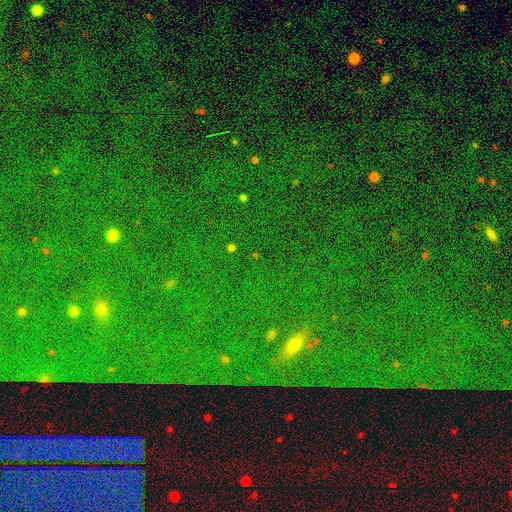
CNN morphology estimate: The model was most divided on "smooth or featured": star or artifact: 79%, smooth: 12%, featured or disk: 9%.